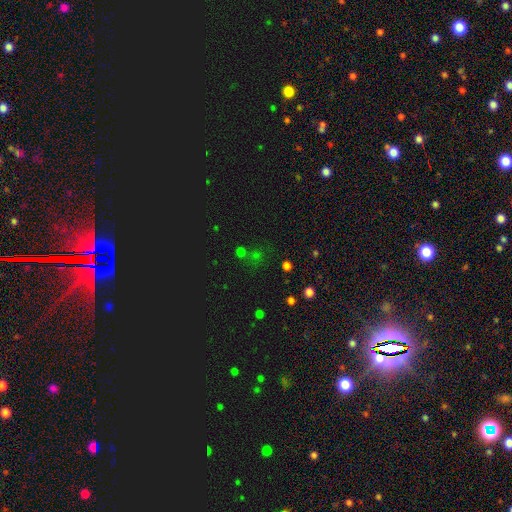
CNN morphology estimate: This appears to be a star or artifact, not a galaxy (57%).